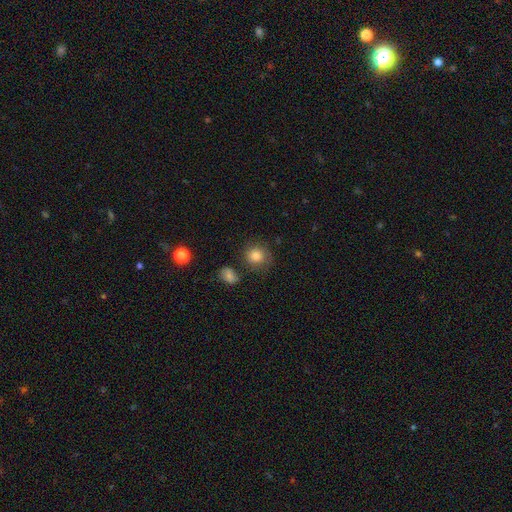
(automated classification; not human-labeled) Smooth or featured? smooth (81%)
How rounded? round (85%)
Merging? none (68%)